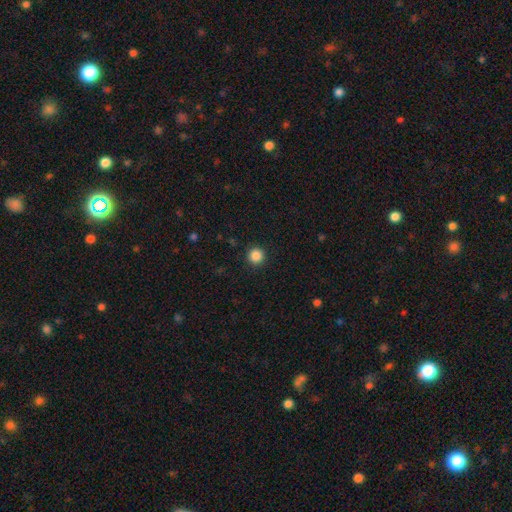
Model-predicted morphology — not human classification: smooth 87%, star or artifact 11%, featured or disk 3%. Down the decision tree: how rounded — round (96%); merging — none (92%).